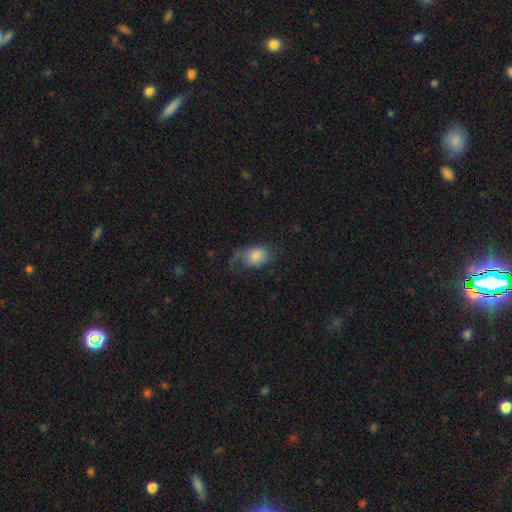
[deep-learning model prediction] Q: Smooth or featured?
A: smooth (62%); runner-up: featured or disk (29%)
Q: How rounded?
A: in between (72%); runner-up: round (26%)
Q: Merging?
A: none (42%); runner-up: major disturbance (29%)